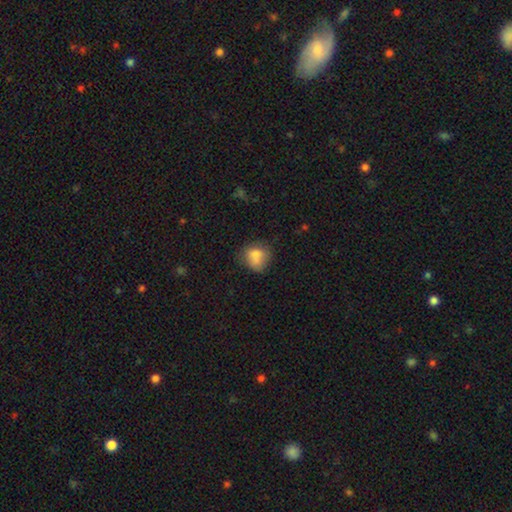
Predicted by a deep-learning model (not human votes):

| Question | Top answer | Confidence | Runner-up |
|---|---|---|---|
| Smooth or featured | smooth | 75% | featured or disk (15%) |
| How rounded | round | 65% | in between (34%) |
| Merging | none | 49% | minor disturbance (27%) |